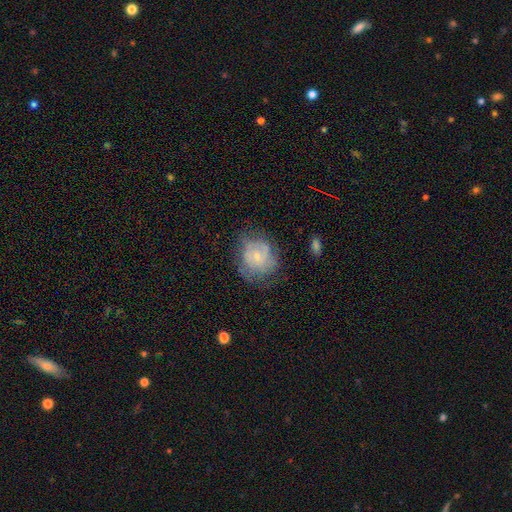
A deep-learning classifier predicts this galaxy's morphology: The model was most divided on "smooth or featured": featured or disk: 50%, smooth: 41%, star or artifact: 9%. More confident: merging — none (58%).